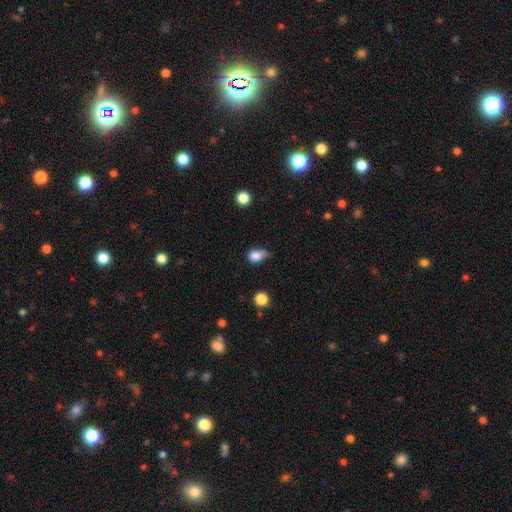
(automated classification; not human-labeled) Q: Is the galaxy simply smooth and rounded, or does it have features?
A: smooth — 83%.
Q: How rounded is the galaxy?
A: in between — 65%.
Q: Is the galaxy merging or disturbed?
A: minor disturbance — 47%.